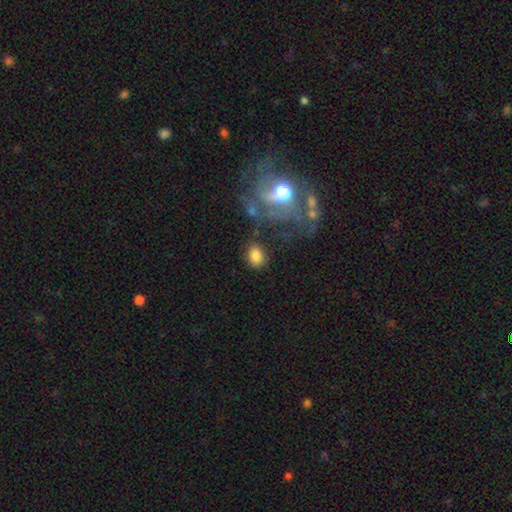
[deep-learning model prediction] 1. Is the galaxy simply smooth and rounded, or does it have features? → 82% smooth, 9% featured or disk, 9% star or artifact.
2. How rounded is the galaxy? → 62% in between, 37% round, 1% cigar-shaped.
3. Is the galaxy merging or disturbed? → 72% none, 14% minor disturbance, 7% major disturbance, 7% merger.